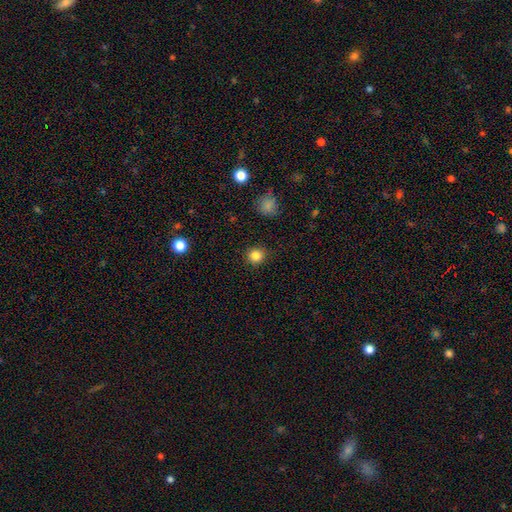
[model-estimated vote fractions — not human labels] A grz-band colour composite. It shows a smooth galaxy with no disk features (84%) that is round (91%). Merging: none (90%).